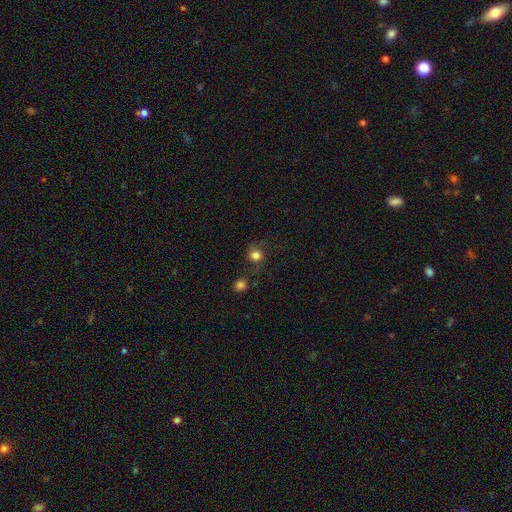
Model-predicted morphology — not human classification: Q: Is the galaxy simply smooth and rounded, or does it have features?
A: smooth — 77%.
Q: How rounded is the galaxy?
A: round — 89%.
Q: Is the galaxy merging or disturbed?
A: none — 68%.